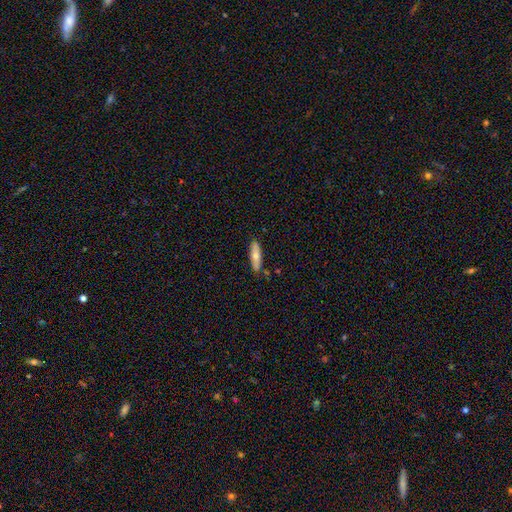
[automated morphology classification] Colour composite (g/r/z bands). It shows a smooth galaxy with no disk features (66%) that is cigar-shaped (57%). Merging: none (84%).